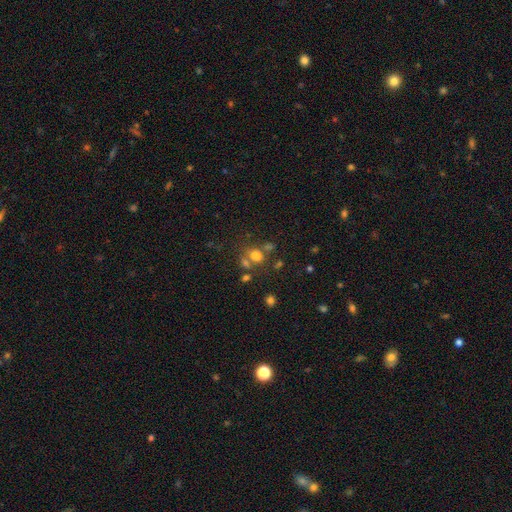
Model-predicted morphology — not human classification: A smooth galaxy with no disk features (70%) that is round (66%). Merging: none (53%).